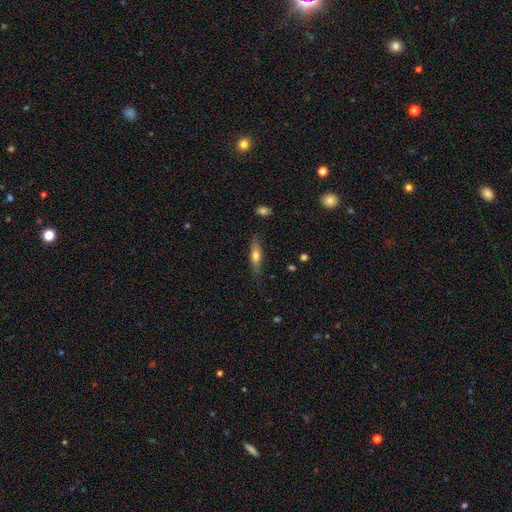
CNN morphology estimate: Smooth or featured: smooth — 59% (featured or disk — 34%)
How rounded: cigar-shaped — 67% (in between — 31%)
Merging: none — 77% (minor disturbance — 17%)